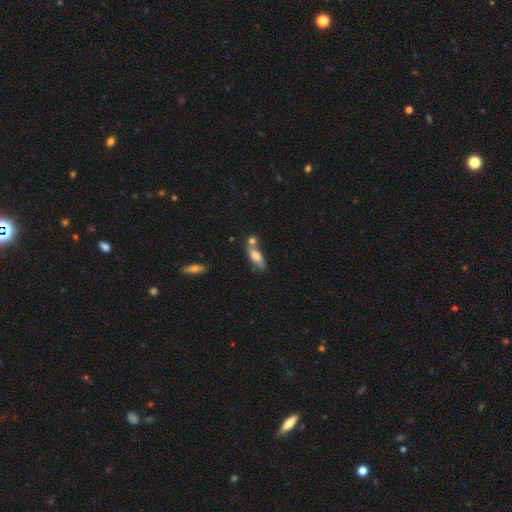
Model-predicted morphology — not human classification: The model was most divided on "merging": none: 43%, merger: 35%, minor disturbance: 16%, major disturbance: 6%. More confident: how rounded — in between (70%); smooth or featured — smooth (68%).